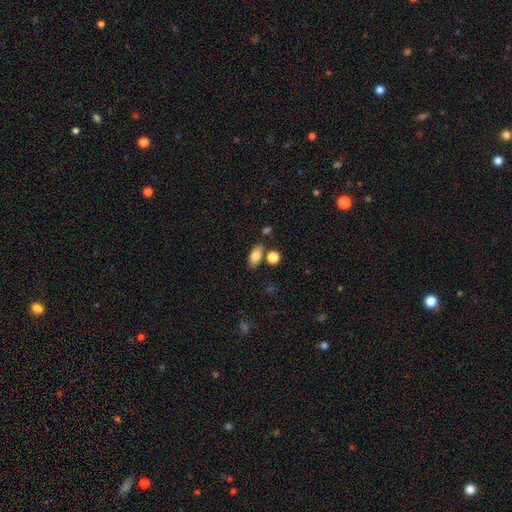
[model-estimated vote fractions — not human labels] Smooth or featured: smooth — 81% (featured or disk — 11%)
How rounded: in between — 85% (cigar-shaped — 8%)
Merging: none — 74% (minor disturbance — 12%)